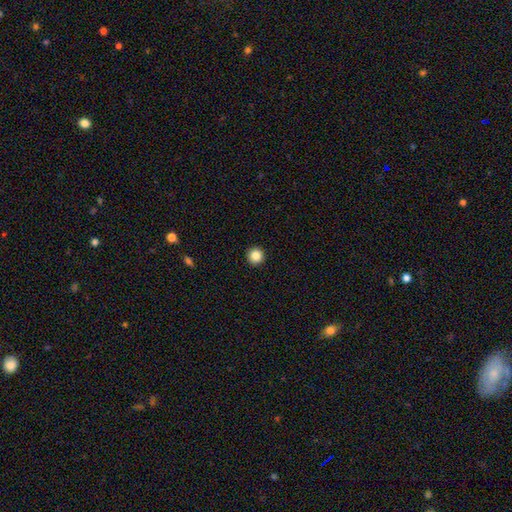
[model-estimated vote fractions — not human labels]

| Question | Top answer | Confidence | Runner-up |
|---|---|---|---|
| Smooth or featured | smooth | 86% | star or artifact (10%) |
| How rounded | round | 96% | in between (3%) |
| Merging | none | 94% | minor disturbance (4%) |